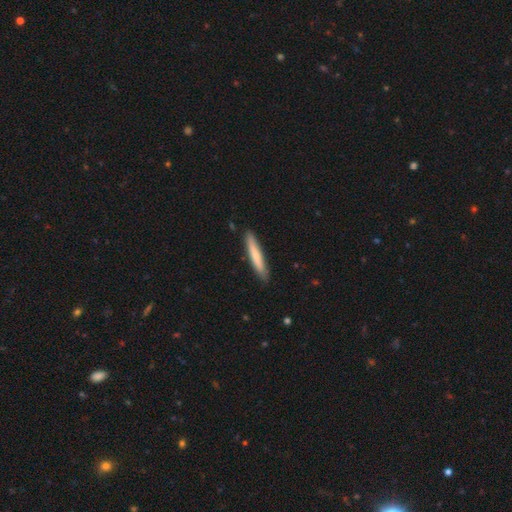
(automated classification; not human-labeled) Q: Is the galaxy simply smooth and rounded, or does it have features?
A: smooth — 70%.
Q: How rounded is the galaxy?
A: cigar-shaped — 93%.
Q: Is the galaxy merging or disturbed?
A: none — 88%.